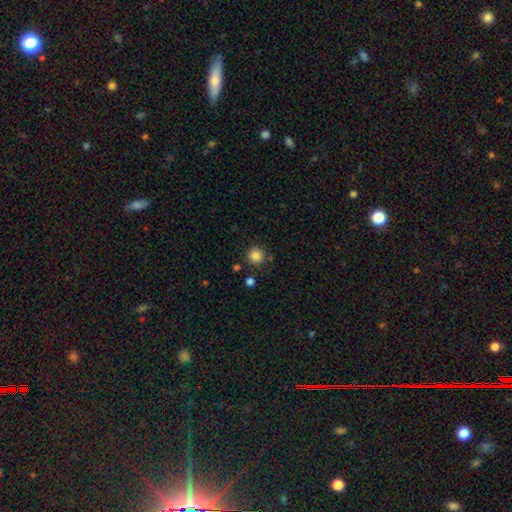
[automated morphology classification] This appears to be a smooth galaxy with no disk features (85%) that is round (94%). Merging: none (85%).